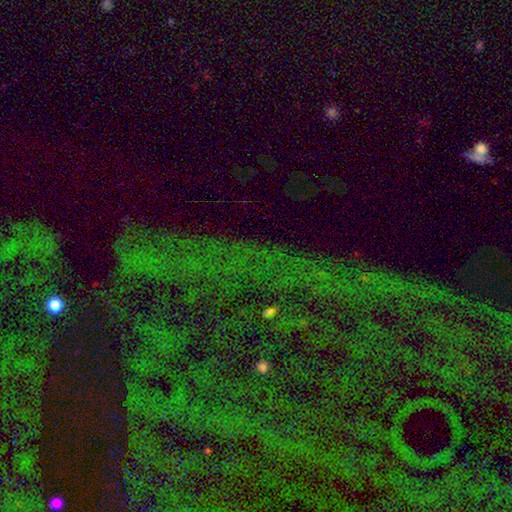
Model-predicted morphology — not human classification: This is likely a star or artifact rather than a galaxy (78%).